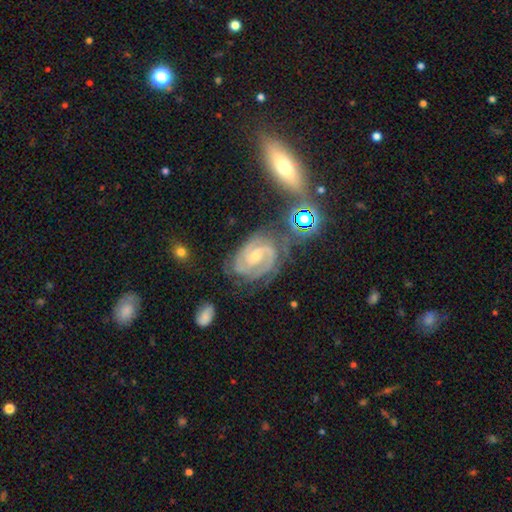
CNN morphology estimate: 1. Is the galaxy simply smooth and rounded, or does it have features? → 88% featured or disk, 6% star or artifact, 5% smooth.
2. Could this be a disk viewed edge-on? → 97% no, 3% yes.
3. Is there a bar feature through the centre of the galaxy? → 50% weak, 30% no, 20% strong.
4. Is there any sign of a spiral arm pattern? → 98% yes, 2% no.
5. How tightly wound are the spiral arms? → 57% tight, 37% medium, 6% loose.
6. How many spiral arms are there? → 73% 2, 12% 3, 8% can't tell, 2% 4, 2% 1, 2% more than 4.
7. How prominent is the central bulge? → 49% small, 45% moderate, 2% none, 2% large, 1% dominant.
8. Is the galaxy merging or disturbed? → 63% none, 22% minor disturbance, 10% major disturbance, 5% merger.